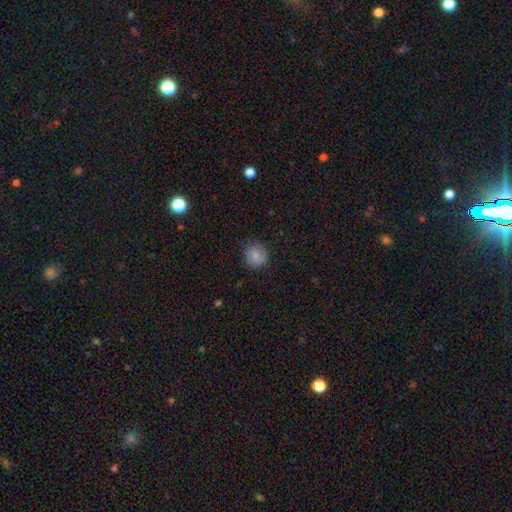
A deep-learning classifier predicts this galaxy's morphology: This is likely a smooth galaxy (70%). How rounded: clearly round (88%). Merging: clearly none (82%).